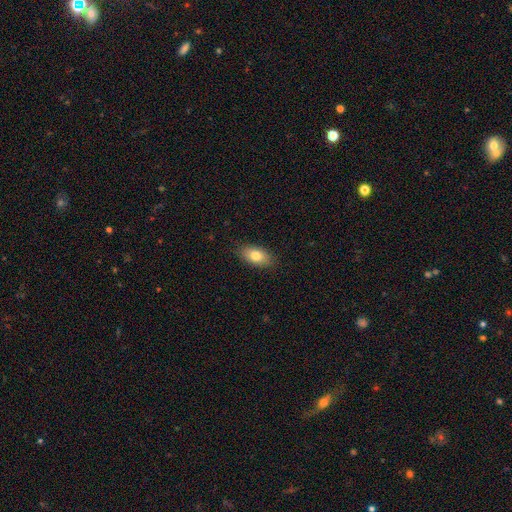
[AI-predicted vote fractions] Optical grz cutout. It shows a smooth galaxy with no disk features (79%) that is in between round and cigar-shaped (90%). Merging: none (87%).